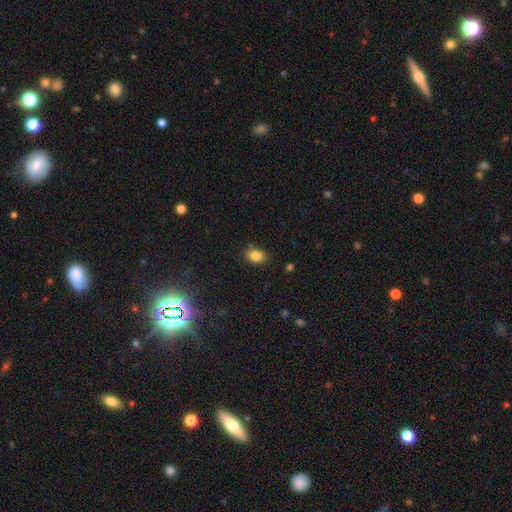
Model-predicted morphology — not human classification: A smooth galaxy with no disk features (84%) that is in between round and cigar-shaped (73%). Merging: none (79%).